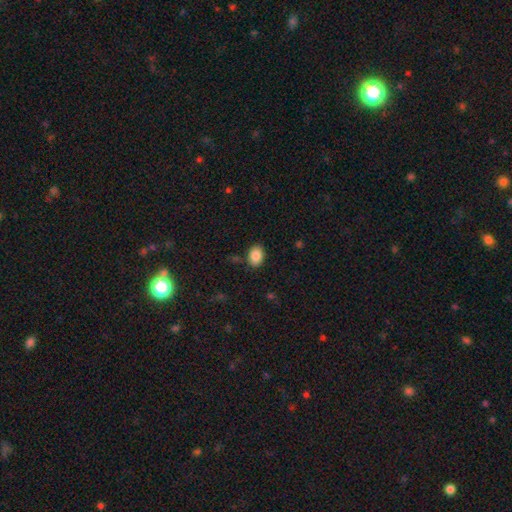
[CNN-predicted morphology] Smooth or featured? Predicted: smooth (p=0.87). How rounded? Predicted: in between (p=0.74). Merging? Predicted: none (p=0.83).